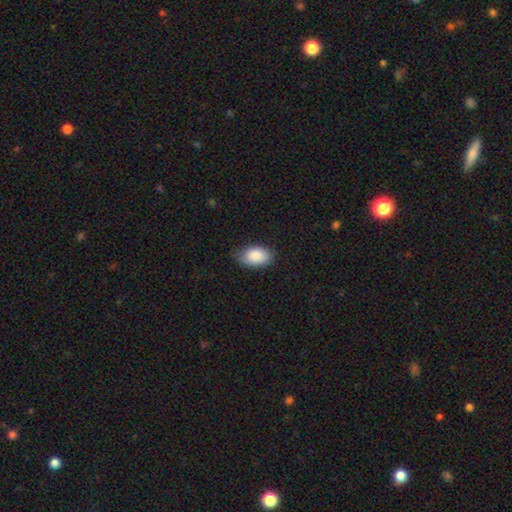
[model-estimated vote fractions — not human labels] This appears to be a smooth galaxy with no disk features (87%) that is in between round and cigar-shaped (92%). Merging: none (73%).